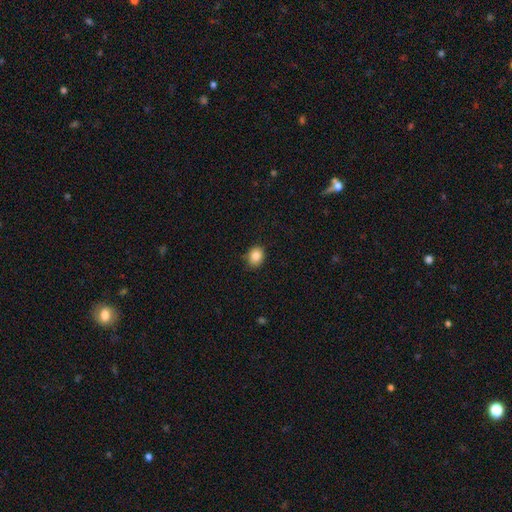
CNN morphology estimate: Smooth or featured?
  - smooth: 86% *
  - star or artifact: 9%
  - featured or disk: 4%
How rounded?
  - round: 57% *
  - in between: 42%
  - cigar-shaped: 1%
Merging?
  - none: 86% *
  - minor disturbance: 11%
  - major disturbance: 2%
  - merger: 1%